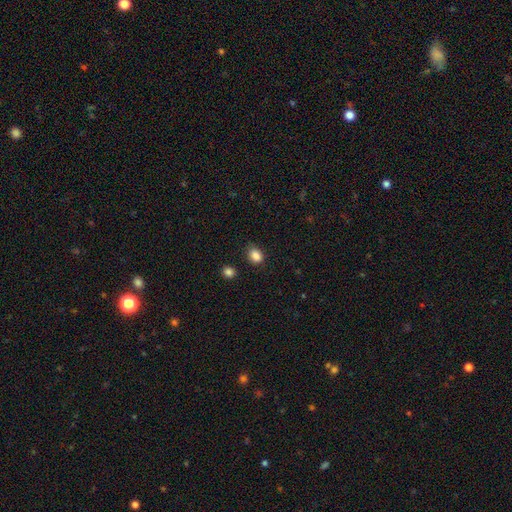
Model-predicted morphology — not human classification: This appears to be a smooth galaxy with no disk features (86%) that is in between round and cigar-shaped (53%). Merging: none (79%).